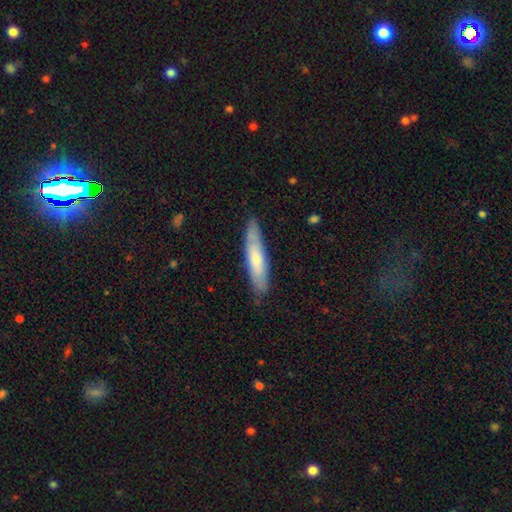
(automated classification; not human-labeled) Smooth or featured? Predicted: smooth (p=0.51). How rounded? Predicted: cigar-shaped (p=0.86). Merging? Predicted: none (p=0.85).